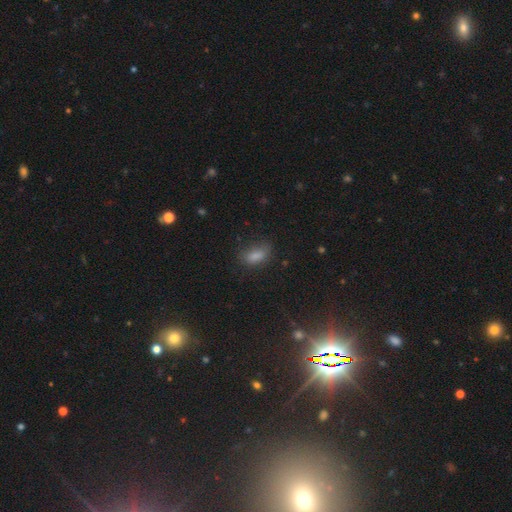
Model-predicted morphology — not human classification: type=smooth (80%); roundness=in between (83%); merging=none (60%).